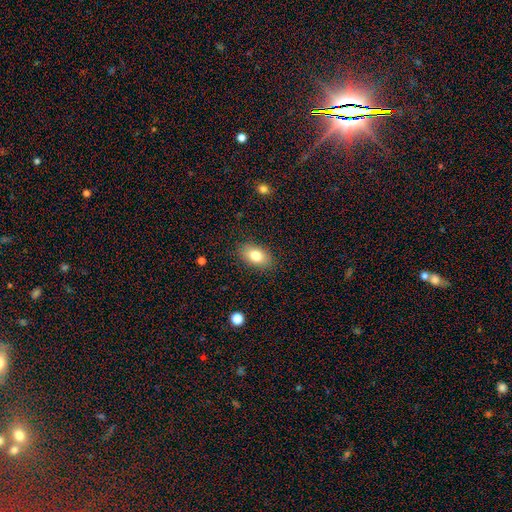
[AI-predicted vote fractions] This is clearly a smooth galaxy (80%). How rounded: clearly in between (89%). Merging: clearly none (86%).